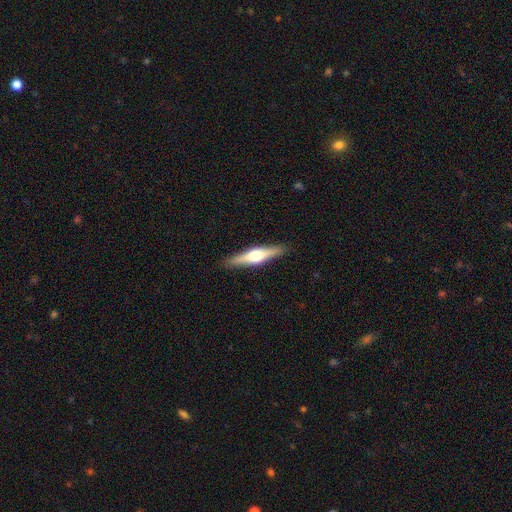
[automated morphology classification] Smooth or featured? featured or disk (63%)
Edge-on disk? yes (96%)
Edge-on bulge? rounded (93%)
Merging? none (90%)